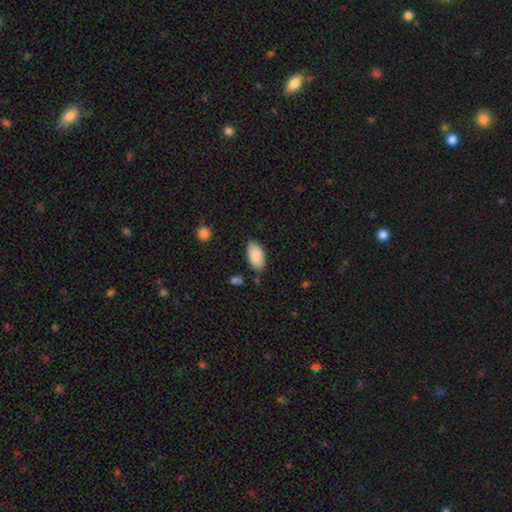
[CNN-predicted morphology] Smooth or featured: smooth — 88% (featured or disk — 6%)
How rounded: in between — 95% (cigar-shaped — 3%)
Merging: none — 79% (minor disturbance — 15%)